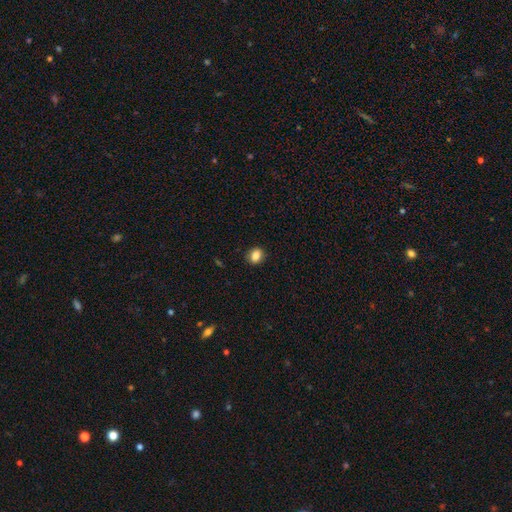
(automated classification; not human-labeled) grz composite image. It shows a smooth galaxy with no disk features (85%) that is round (59%). Merging: none (89%).